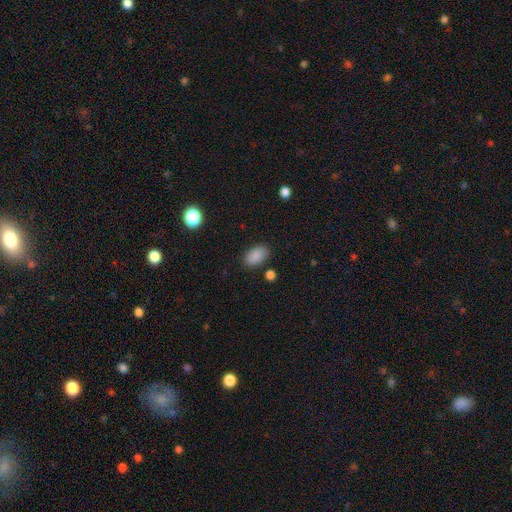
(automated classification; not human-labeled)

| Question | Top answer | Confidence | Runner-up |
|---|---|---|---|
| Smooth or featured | smooth | 88% | star or artifact (8%) |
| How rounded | in between | 92% | round (6%) |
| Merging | none | 84% | minor disturbance (11%) |